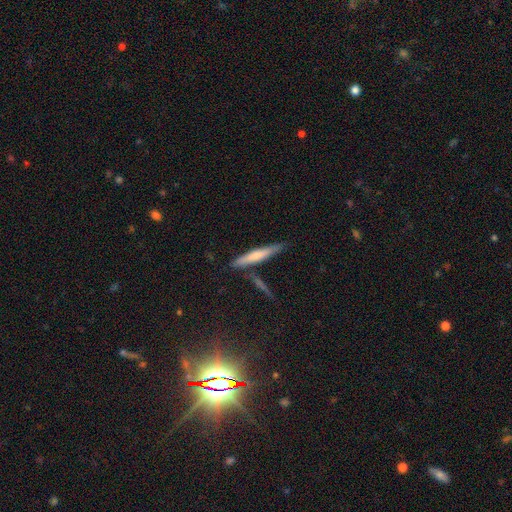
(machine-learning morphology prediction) Smooth or featured?
  - smooth: 63% *
  - featured or disk: 31%
  - star or artifact: 7%
How rounded?
  - cigar-shaped: 91% *
  - in between: 7%
  - round: 2%
Merging?
  - none: 76% *
  - minor disturbance: 13%
  - merger: 8%
  - major disturbance: 3%